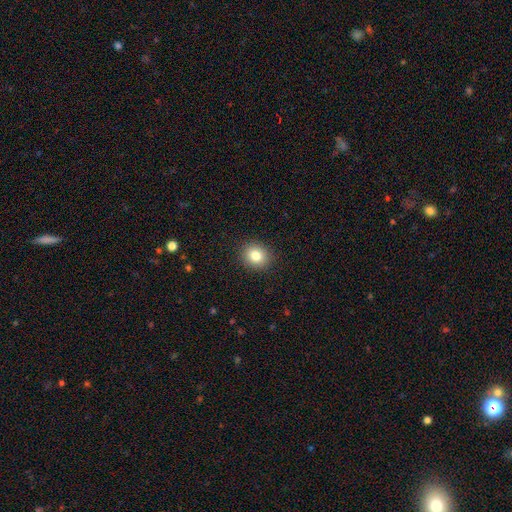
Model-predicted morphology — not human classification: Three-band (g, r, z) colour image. It shows a smooth galaxy with no disk features (81%) that is round (76%). Merging: none (91%).